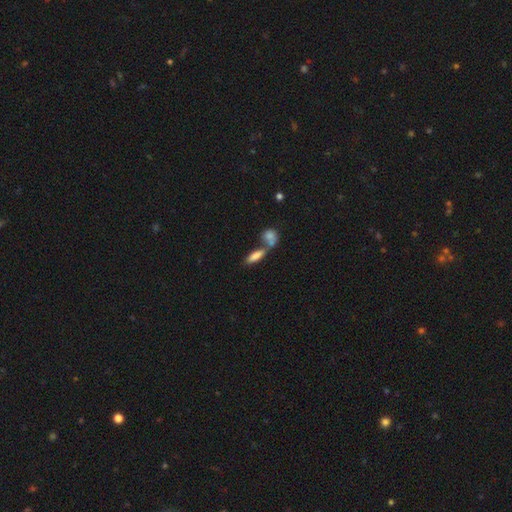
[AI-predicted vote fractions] Q: Smooth or featured?
A: smooth (79%); runner-up: featured or disk (13%)
Q: How rounded?
A: in between (59%); runner-up: cigar-shaped (38%)
Q: Merging?
A: none (46%); runner-up: merger (40%)